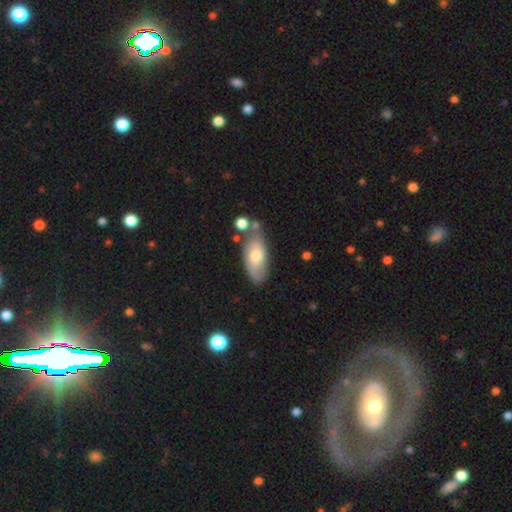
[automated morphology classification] Overall: smooth (64%; featured or disk 30%). How rounded: in between (87%). Merging: none (61%; minor disturbance 21%).